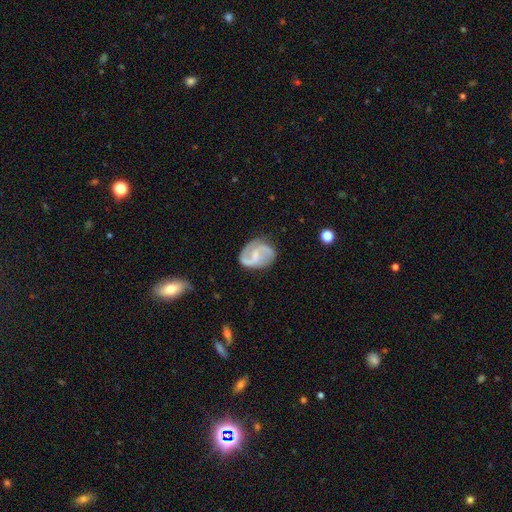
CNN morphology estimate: smooth-or-featured: featured or disk: 81% | smooth: 13% | star or artifact: 6%
  disk-edge-on: no: 98% | yes: 2%
    bar: weak: 52% | no: 33% | strong: 16%
    has-spiral-arms: yes: 95% | no: 5%
      spiral-winding: medium: 48% | loose: 34% | tight: 18%
      spiral-arm-count: 2: 89% | can't tell: 4% | 1: 3% | 3: 2% | 4: 1% | more than 4: 1%
    bulge-size: small: 44% | none: 28% | moderate: 25% | large: 2% | dominant: 1%
  merging: none: 74% | minor disturbance: 18% | major disturbance: 6% | merger: 2%